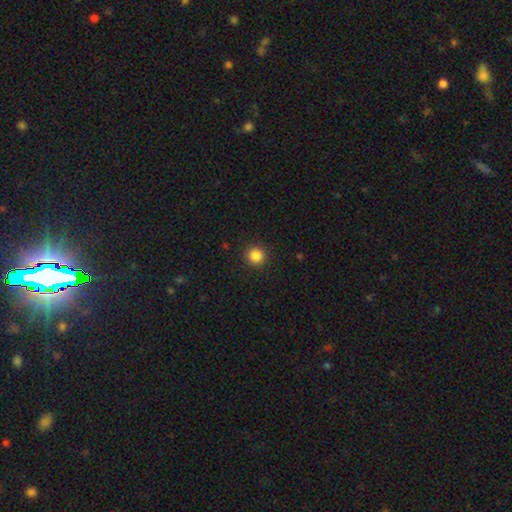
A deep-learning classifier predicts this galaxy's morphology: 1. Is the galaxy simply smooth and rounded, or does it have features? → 86% smooth, 11% star or artifact, 3% featured or disk.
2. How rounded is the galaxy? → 93% round, 6% in between, 1% cigar-shaped.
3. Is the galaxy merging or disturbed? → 91% none, 6% minor disturbance, 2% major disturbance, 1% merger.